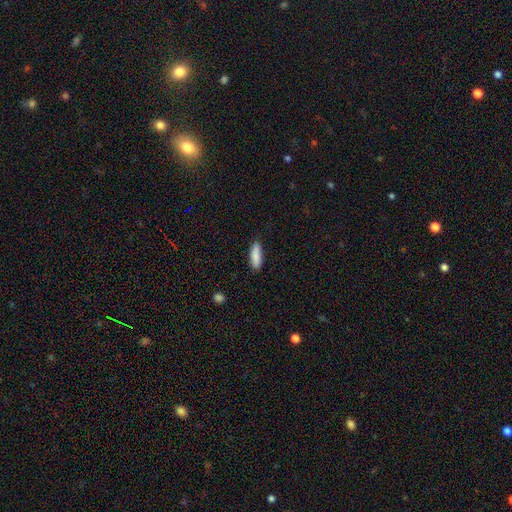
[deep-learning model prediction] This appears to be a smooth galaxy with no disk features (88%) that is in between round and cigar-shaped (59%). Merging: none (82%).